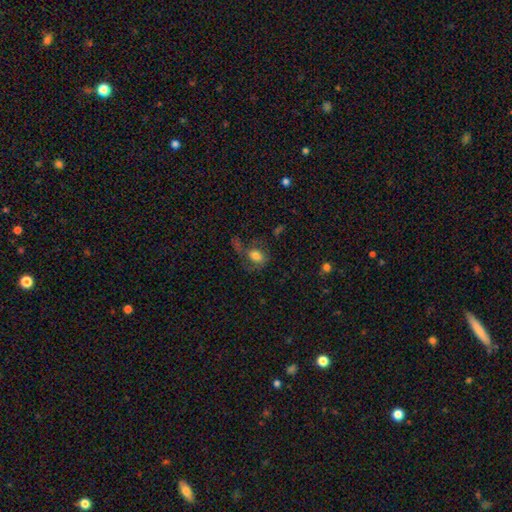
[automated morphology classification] type=smooth (64%); roundness=in between (64%); merging=none (37%).